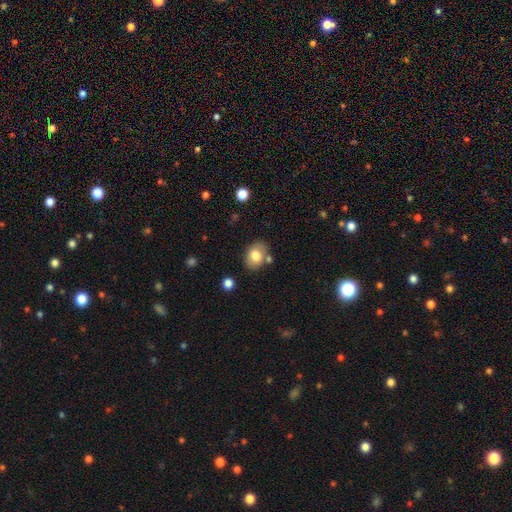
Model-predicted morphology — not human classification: Smooth or featured? smooth (78%)
How rounded? in between (69%)
Merging? none (74%)